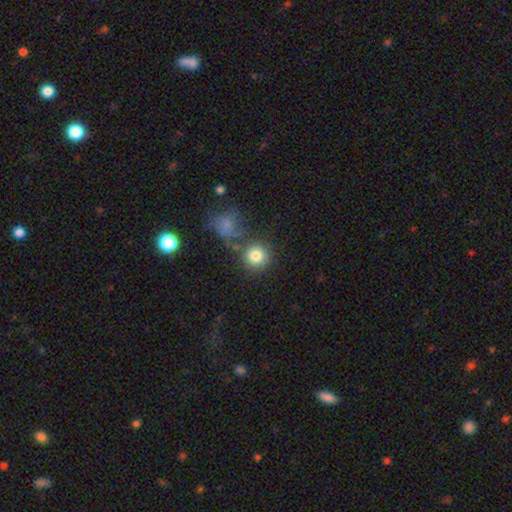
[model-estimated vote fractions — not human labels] Q: Smooth or featured?
A: smooth (82%); runner-up: star or artifact (10%)
Q: How rounded?
A: round (92%); runner-up: in between (7%)
Q: Merging?
A: none (75%); runner-up: minor disturbance (10%)